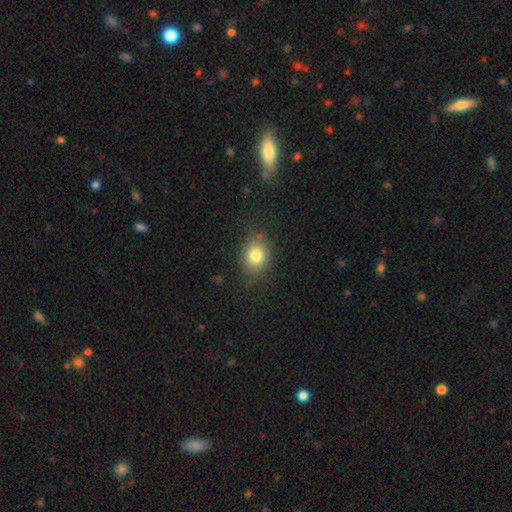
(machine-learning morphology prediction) A smooth galaxy with no disk features (80%) that is round (51%).

Vote fractions:
- Smooth or featured? smooth: 80% / star or artifact: 11% / featured or disk: 9%
- How rounded? round: 51% / in between: 48% / cigar-shaped: 1%
- Merging? none: 81% / minor disturbance: 13% / major disturbance: 4% / merger: 2%